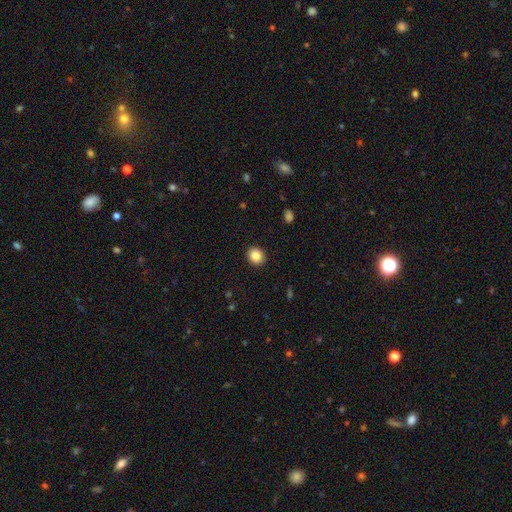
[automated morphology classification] A smooth galaxy with no disk features (86%) that is round (70%). Merging: none (91%).